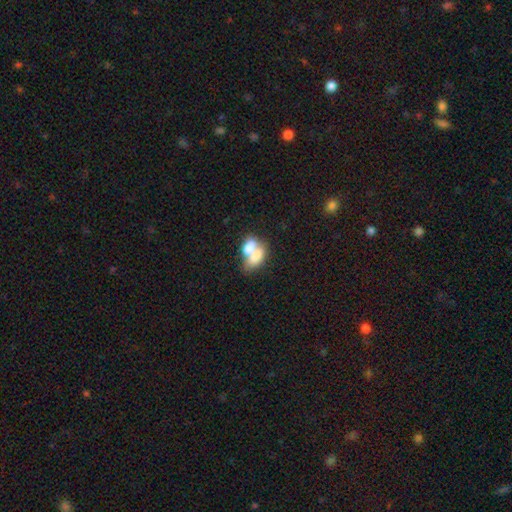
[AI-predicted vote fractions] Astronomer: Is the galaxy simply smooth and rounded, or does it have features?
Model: smooth — 71%.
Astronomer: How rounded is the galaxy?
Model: in between — 85%.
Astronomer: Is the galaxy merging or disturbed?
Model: merger — 70%.